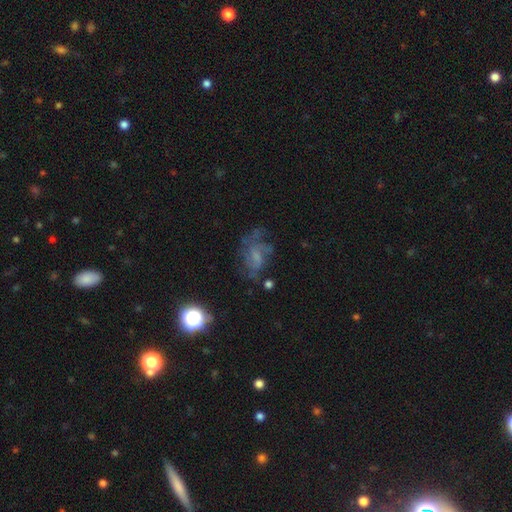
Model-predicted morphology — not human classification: Smooth or featured?
  - featured or disk: 57% *
  - smooth: 23%
  - star or artifact: 20%
Edge-on disk?
  - no: 96% *
  - yes: 4%
Bar?
  - no: 62% *
  - weak: 32%
  - strong: 6%
Spiral arms?
  - yes: 71% *
  - no: 29%
Bulge size?
  - small: 36% *
  - none: 34%
  - moderate: 25%
  - large: 4%
  - dominant: 1%
Merging?
  - none: 51% *
  - major disturbance: 24%
  - minor disturbance: 21%
  - merger: 4%